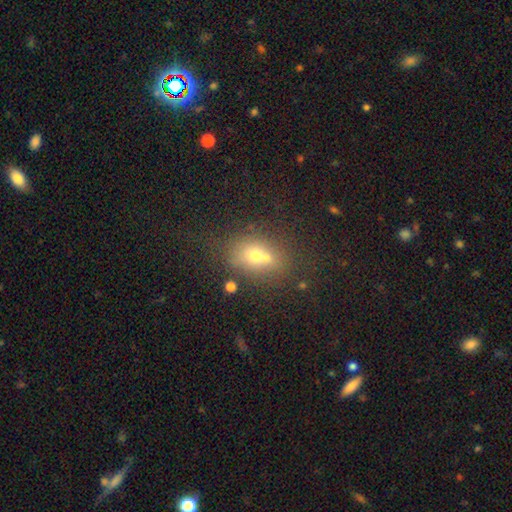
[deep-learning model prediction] Overall: smooth (63%). How rounded: in between (51%; round 47%). Merging: merger (43%; none 41%).